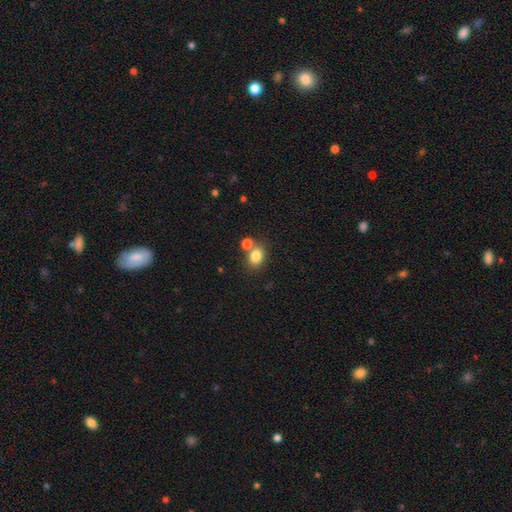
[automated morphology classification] A smooth galaxy with no disk features (82%) that is in between round and cigar-shaped (54%).

Vote fractions:
- Smooth or featured? smooth: 82% / star or artifact: 11% / featured or disk: 7%
- How rounded? in between: 54% / round: 45% / cigar-shaped: 1%
- Merging? none: 62% / merger: 24% / minor disturbance: 11% / major disturbance: 3%